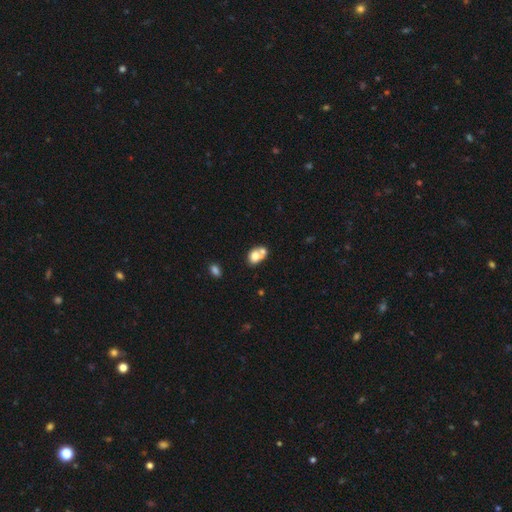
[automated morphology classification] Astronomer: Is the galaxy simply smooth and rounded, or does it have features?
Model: smooth — 70%.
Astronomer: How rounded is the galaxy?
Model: in between — 55% (runner-up: round, 44%).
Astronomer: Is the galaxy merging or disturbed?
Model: merger — 56%.